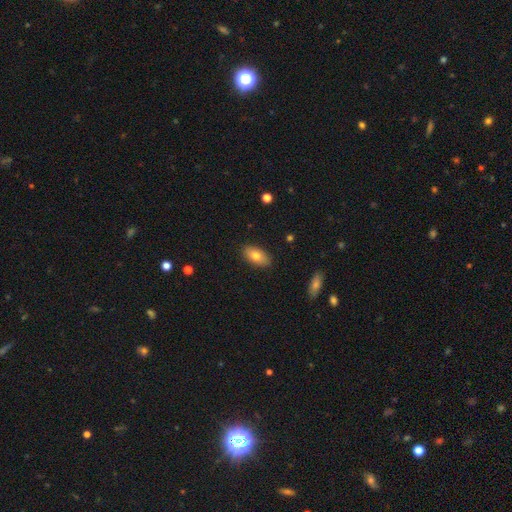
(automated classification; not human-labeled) Morphology: type=smooth (76%); roundness=in between (91%); merging=none (87%).